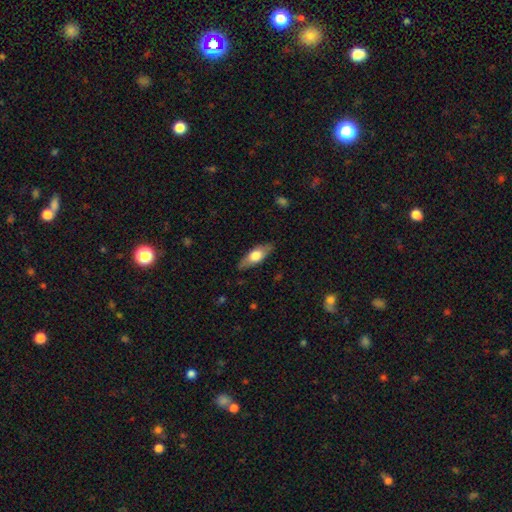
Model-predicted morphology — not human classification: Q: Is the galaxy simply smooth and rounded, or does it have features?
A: smooth — 56%.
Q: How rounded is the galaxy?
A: in between — 67%.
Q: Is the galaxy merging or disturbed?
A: none — 84%.